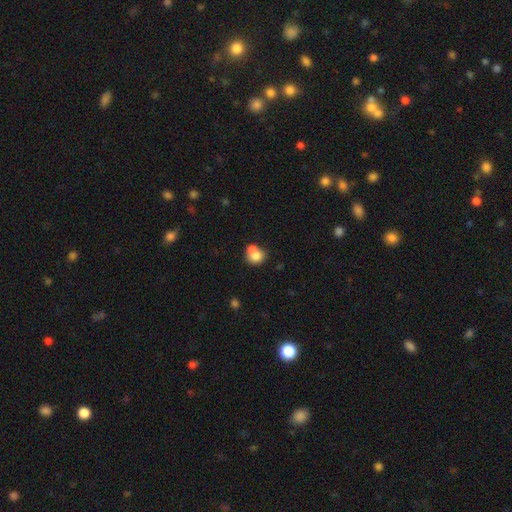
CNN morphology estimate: Smooth or featured: smooth — 75% (featured or disk — 15%)
How rounded: round — 72% (in between — 27%)
Merging: merger — 52% (none — 36%)